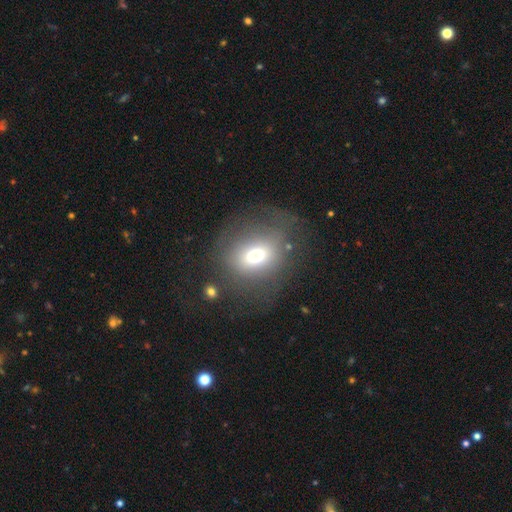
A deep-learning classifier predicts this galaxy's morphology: type=smooth (65%); roundness=round (62%); merging=none (60%).